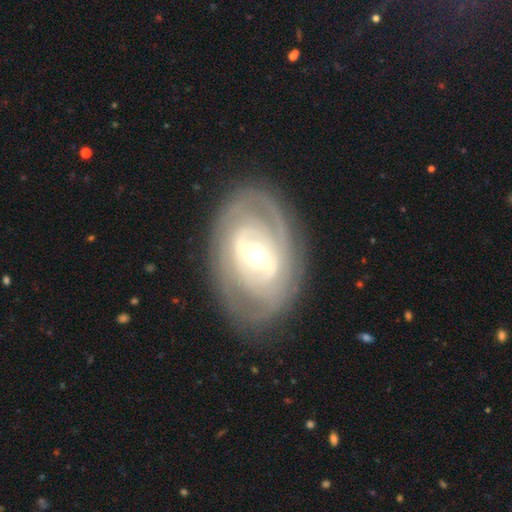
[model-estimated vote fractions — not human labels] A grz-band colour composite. It shows a featured or disk galaxy (82%) with a strong bar (40%, tied with weak), tight (67%) spiral arms (79%) and a moderate central bulge (60%). Merging: none (80%).